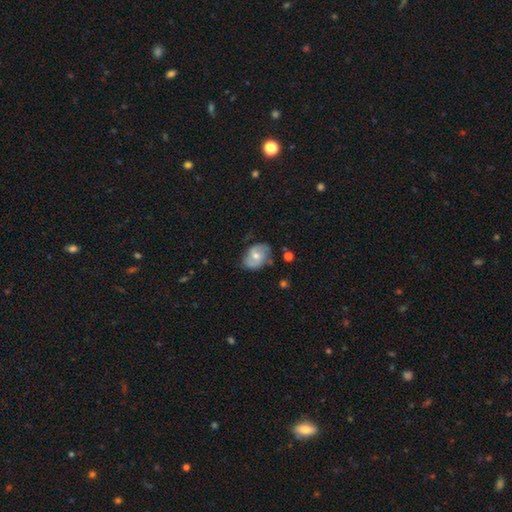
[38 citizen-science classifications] Smooth or featured: featured or disk — 61% (smooth — 34%)
Edge-on disk: no — 96% (yes — 4%)
Bar: no — 50% (weak — 36%)
Spiral arms: yes — 86% (no — 14%)
Spiral winding: medium — 47% (loose — 37%)
Spiral arm count: 2 — 84% (can't tell — 11%)
Bulge size: moderate — 68% (small — 27%)
Merging: none — 69% (minor disturbance — 19%)